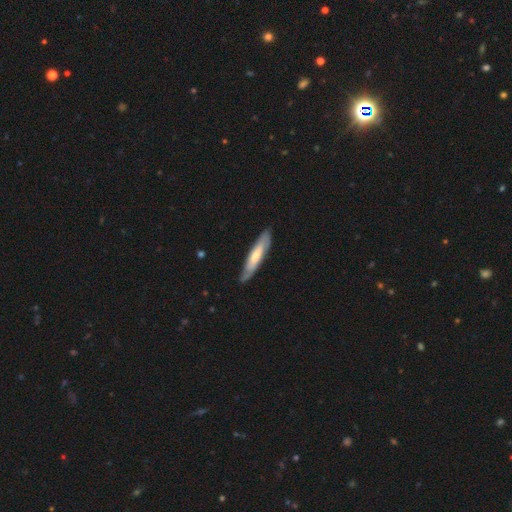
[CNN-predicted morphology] A featured or disk galaxy (49%).

Vote fractions:
- Smooth or featured? featured or disk: 49% / smooth: 46% / star or artifact: 5%
- Merging? none: 82% / minor disturbance: 14% / major disturbance: 3% / merger: 1%